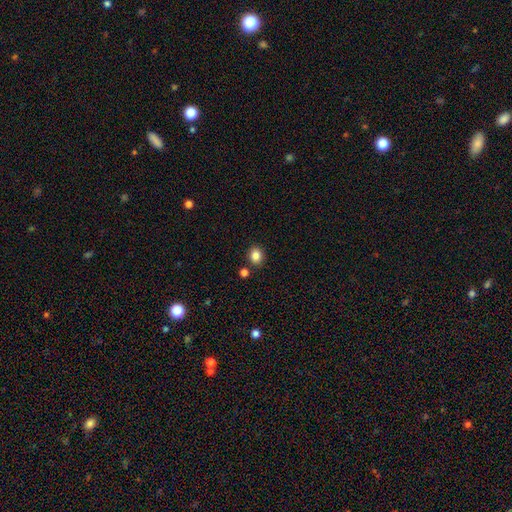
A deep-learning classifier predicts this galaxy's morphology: smooth_or_featured: smooth (p=0.84) [alt: star or artifact p=0.11]
how_rounded: round (p=0.69) [alt: in between p=0.30]
merging: none (p=0.85) [alt: minor disturbance p=0.08]